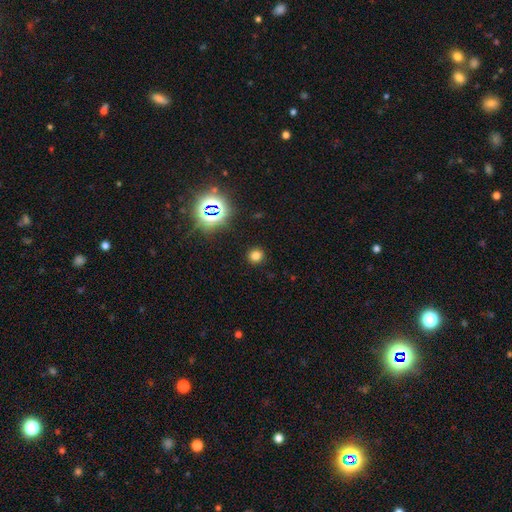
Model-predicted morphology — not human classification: Smooth or featured? Predicted: smooth (p=0.73). How rounded? Predicted: round (p=0.90). Merging? Predicted: none (p=0.90).